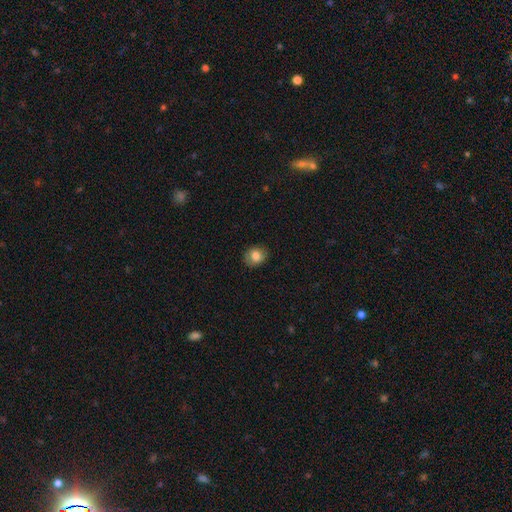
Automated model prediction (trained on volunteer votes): Smooth or featured?
  - smooth: 79% *
  - featured or disk: 13%
  - star or artifact: 8%
How rounded?
  - round: 58% *
  - in between: 41%
  - cigar-shaped: 1%
Merging?
  - none: 86% *
  - minor disturbance: 11%
  - major disturbance: 2%
  - merger: 1%